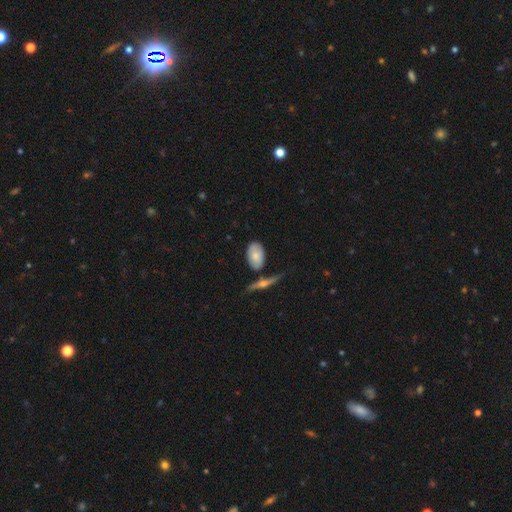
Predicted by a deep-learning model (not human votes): Smooth or featured? smooth (72%)
How rounded? in between (91%)
Merging? none (60%)